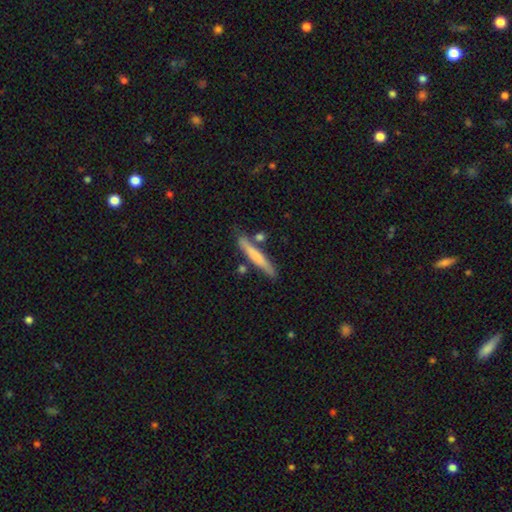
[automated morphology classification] Smooth or featured? Predicted: smooth (p=0.65). How rounded? Predicted: cigar-shaped (p=0.93). Merging? Predicted: none (p=0.74).